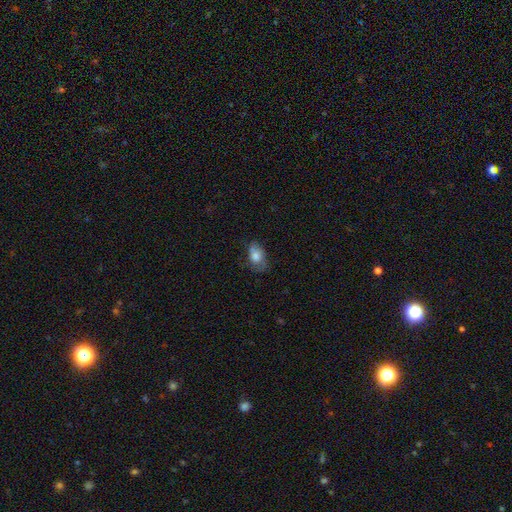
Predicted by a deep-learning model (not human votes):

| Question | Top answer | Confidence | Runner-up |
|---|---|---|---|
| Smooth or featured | smooth | 72% | featured or disk (20%) |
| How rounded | in between | 84% | round (14%) |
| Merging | none | 51% | minor disturbance (33%) |